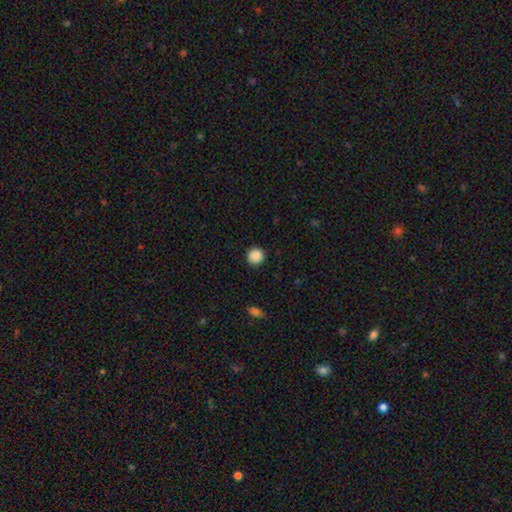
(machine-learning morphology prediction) Q: Smooth or featured?
A: smooth (88%); runner-up: star or artifact (9%)
Q: How rounded?
A: round (94%); runner-up: in between (6%)
Q: Merging?
A: none (90%); runner-up: minor disturbance (7%)